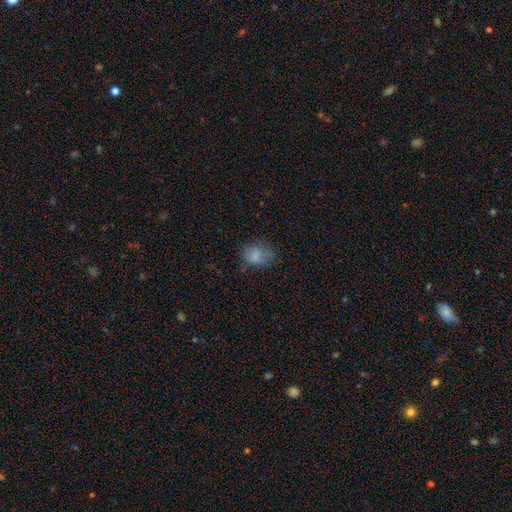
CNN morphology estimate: This is likely a smooth galaxy (75%). How rounded: likely in between (65%). Merging: possibly none (53%).